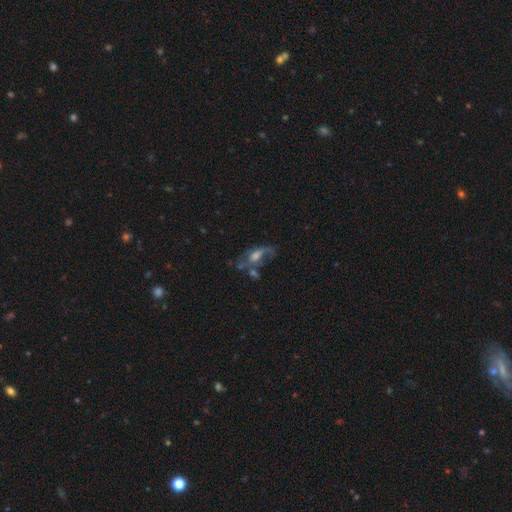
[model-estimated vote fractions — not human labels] The model was most divided on "merging": none: 37%, major disturbance: 28%, minor disturbance: 18%, merger: 17%. Remaining: edge-on disk — no (86%); spiral arms — yes (72%); smooth or featured — featured or disk (65%); bar — no (61%); bulge size — moderate (49%).